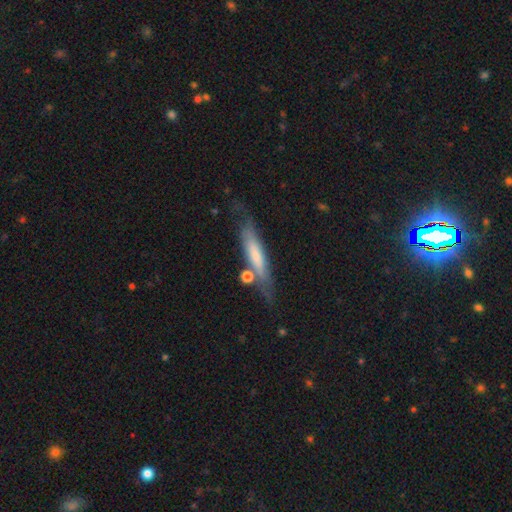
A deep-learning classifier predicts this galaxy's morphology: Q: Smooth or featured?
A: smooth (54%); runner-up: featured or disk (40%)
Q: How rounded?
A: cigar-shaped (81%); runner-up: in between (17%)
Q: Merging?
A: none (60%); runner-up: minor disturbance (22%)